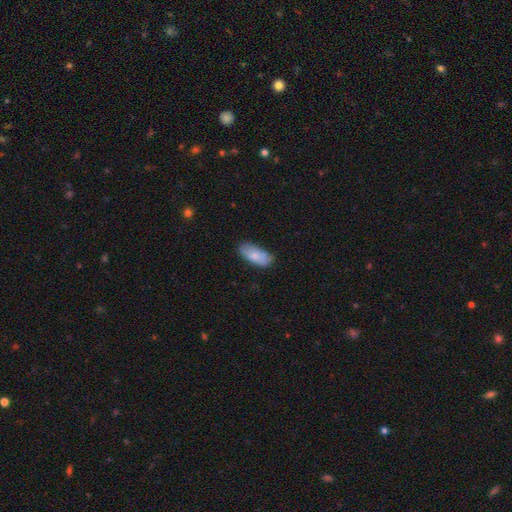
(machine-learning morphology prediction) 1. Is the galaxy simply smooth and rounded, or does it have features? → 77% smooth, 17% featured or disk, 6% star or artifact.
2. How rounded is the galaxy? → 90% in between, 8% cigar-shaped, 2% round.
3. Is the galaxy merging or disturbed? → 74% none, 21% minor disturbance, 4% major disturbance, 2% merger.